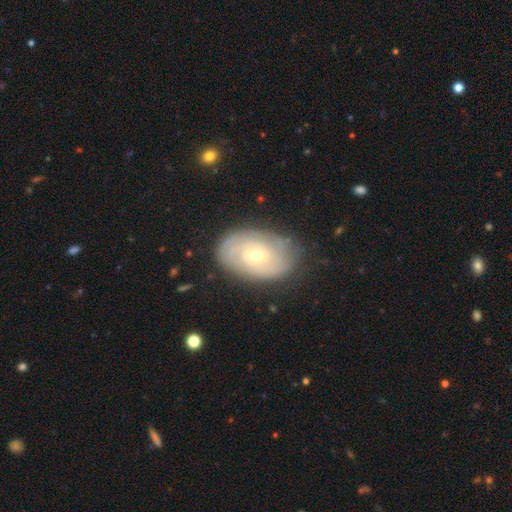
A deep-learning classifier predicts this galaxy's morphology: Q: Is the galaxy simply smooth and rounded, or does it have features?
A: featured or disk — 73%.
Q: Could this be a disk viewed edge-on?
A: no — 95%.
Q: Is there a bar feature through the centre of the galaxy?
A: no — 65%.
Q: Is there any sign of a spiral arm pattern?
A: yes — 87%.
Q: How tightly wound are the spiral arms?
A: tight — 77%.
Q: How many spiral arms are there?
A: can't tell — 49%.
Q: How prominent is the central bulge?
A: small — 57%.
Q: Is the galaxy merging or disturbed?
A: none — 79%.